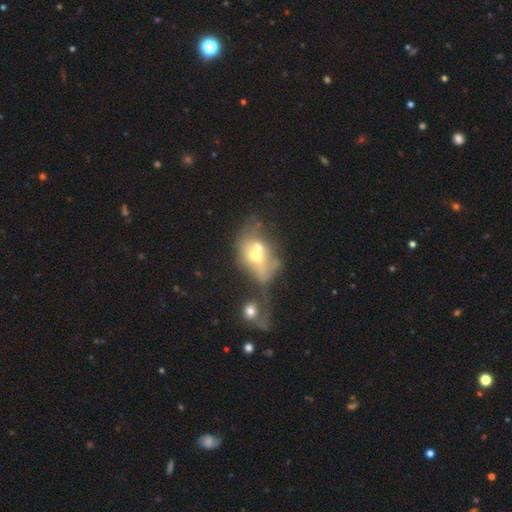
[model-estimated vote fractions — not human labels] Smooth or featured?
  - smooth: 45% *
  - featured or disk: 42%
  - star or artifact: 13%
Merging?
  - merger: 63% *
  - major disturbance: 14%
  - none: 14%
  - minor disturbance: 9%